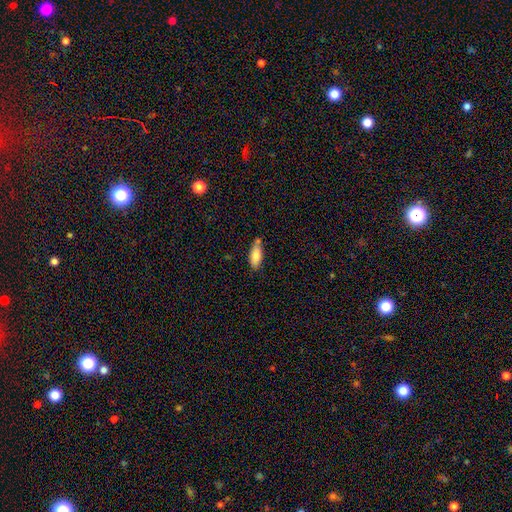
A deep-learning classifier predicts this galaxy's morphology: A smooth galaxy with no disk features (81%) that is in between round and cigar-shaped (78%).

Vote fractions:
- Smooth or featured? smooth: 81% / featured or disk: 12% / star or artifact: 7%
- How rounded? in between: 78% / cigar-shaped: 20% / round: 2%
- Merging? none: 58% / minor disturbance: 23% / merger: 15% / major disturbance: 4%